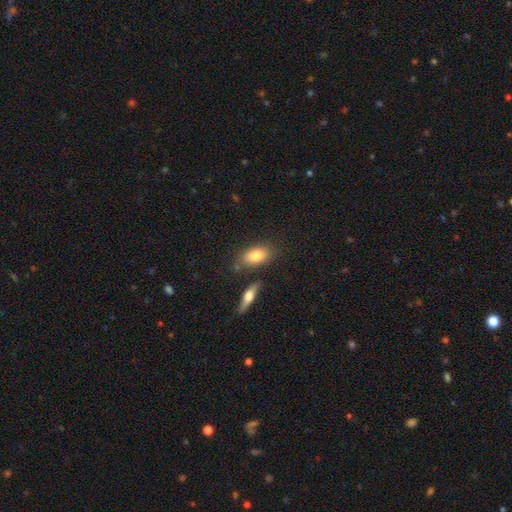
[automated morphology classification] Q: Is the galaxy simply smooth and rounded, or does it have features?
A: smooth — 78%.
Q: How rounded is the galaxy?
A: in between — 86%.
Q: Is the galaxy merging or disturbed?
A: none — 74%.